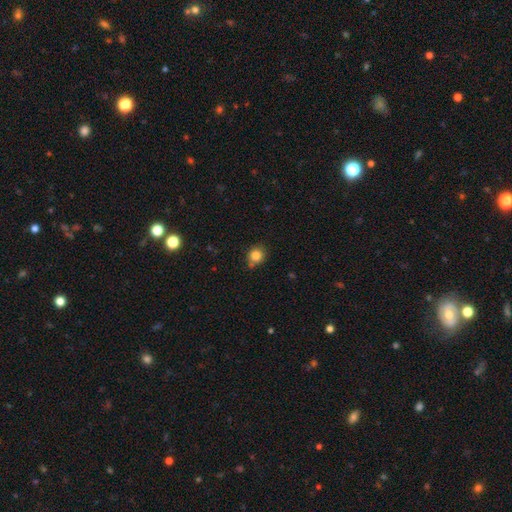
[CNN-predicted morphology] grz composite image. It shows a smooth galaxy with no disk features (83%) that is round (82%). Merging: none (73%).